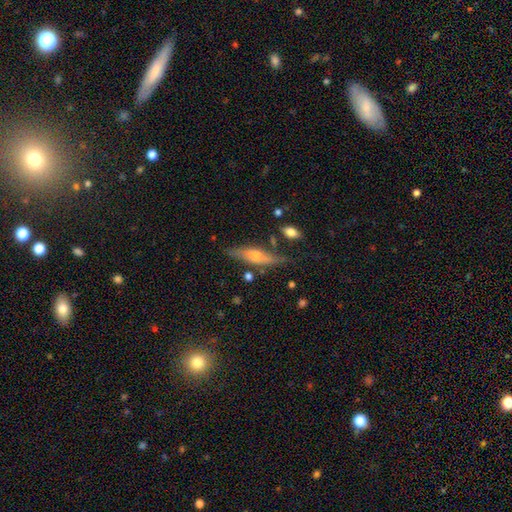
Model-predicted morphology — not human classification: Smooth or featured?
  - featured or disk: 54% *
  - smooth: 39%
  - star or artifact: 7%
Edge-on disk?
  - yes: 85% *
  - no: 15%
Merging?
  - none: 74% *
  - minor disturbance: 17%
  - merger: 5%
  - major disturbance: 4%